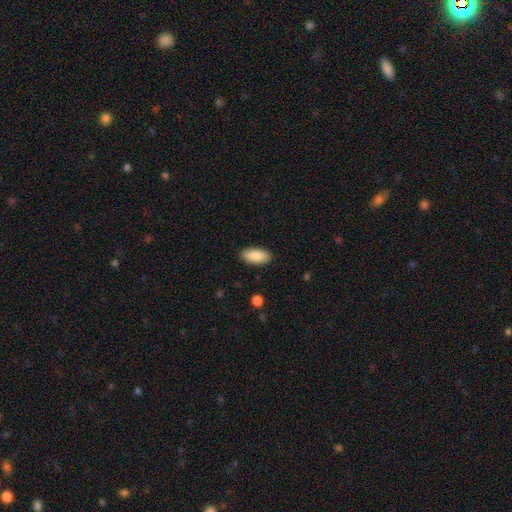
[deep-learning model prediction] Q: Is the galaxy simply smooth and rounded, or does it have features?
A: smooth — 87%.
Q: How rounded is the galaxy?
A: in between — 90%.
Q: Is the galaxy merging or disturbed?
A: none — 89%.